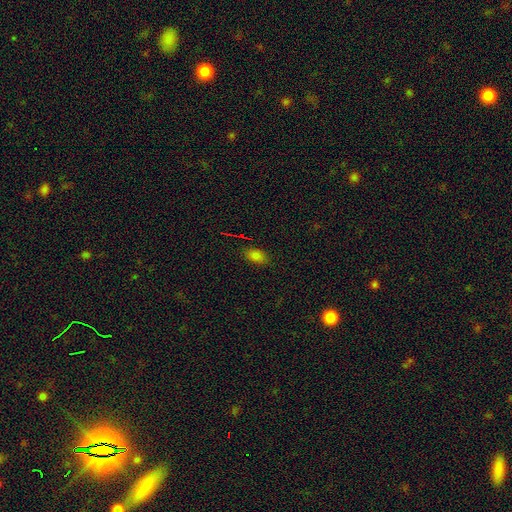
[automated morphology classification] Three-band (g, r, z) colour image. It shows a smooth galaxy with no disk features (78%) that is in between round and cigar-shaped (88%). Merging: none (83%).